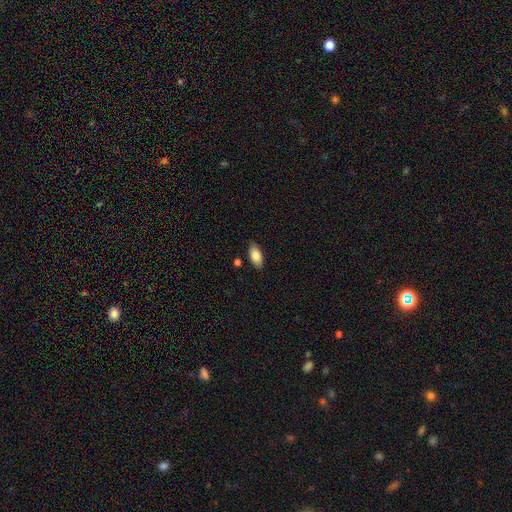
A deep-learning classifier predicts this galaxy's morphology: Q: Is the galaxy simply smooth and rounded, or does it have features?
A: smooth — 84%.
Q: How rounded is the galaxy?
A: in between — 92%.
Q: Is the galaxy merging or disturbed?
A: none — 84%.